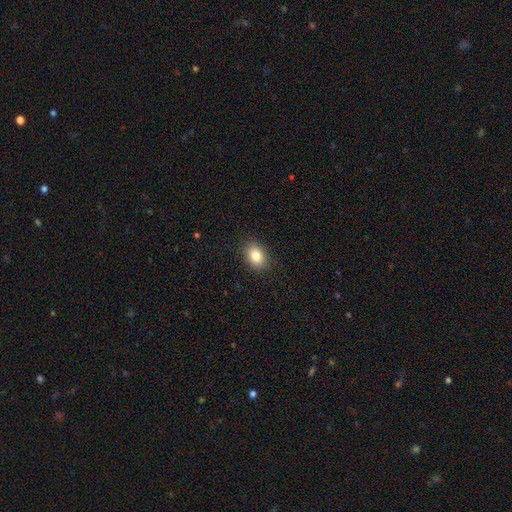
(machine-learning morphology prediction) Overall: smooth (84%). How rounded: in between (74%). Merging: none (88%).